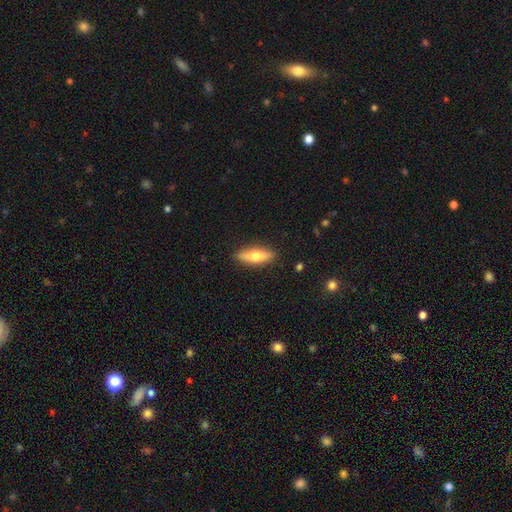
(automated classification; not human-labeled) Smooth or featured: smooth — 61% (featured or disk — 33%)
How rounded: in between — 51% (cigar-shaped — 46%)
Merging: none — 89% (minor disturbance — 8%)